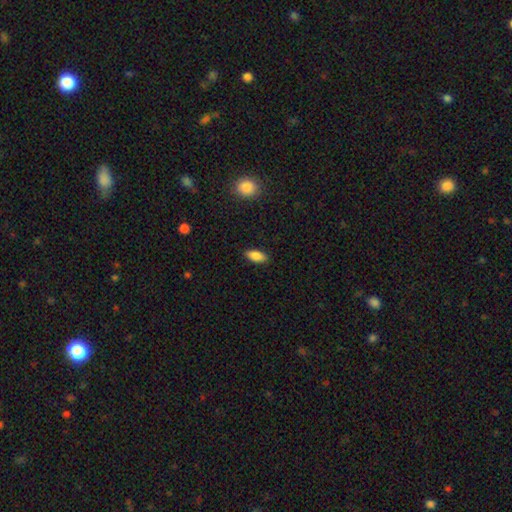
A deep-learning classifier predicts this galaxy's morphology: Q: Smooth or featured?
A: smooth (85%); runner-up: featured or disk (8%)
Q: How rounded?
A: in between (85%); runner-up: cigar-shaped (12%)
Q: Merging?
A: none (88%); runner-up: minor disturbance (9%)